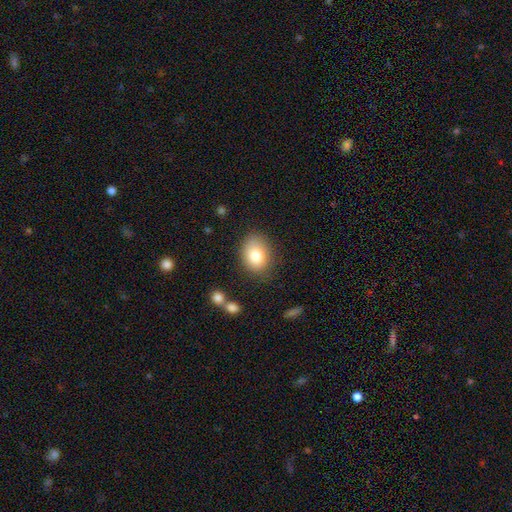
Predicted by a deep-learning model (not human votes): Smooth or featured? Predicted: smooth (p=0.82). How rounded? Predicted: in between (p=0.72). Merging? Predicted: none (p=0.77).